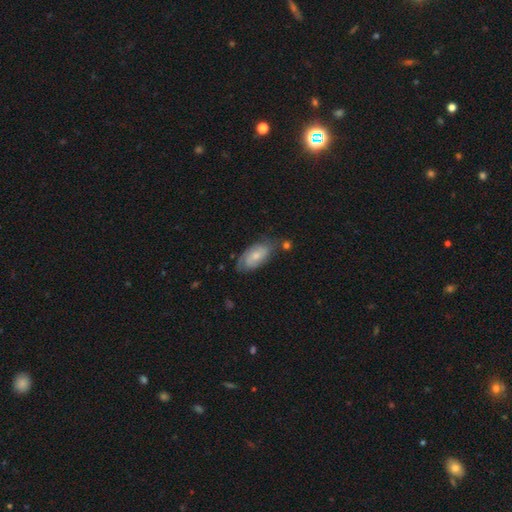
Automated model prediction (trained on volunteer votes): smooth-or-featured: featured or disk: 50% | smooth: 43% | star or artifact: 7%
  disk-edge-on: no: 92% | yes: 8%
  merging: none: 66% | minor disturbance: 23% | major disturbance: 6% | merger: 4%